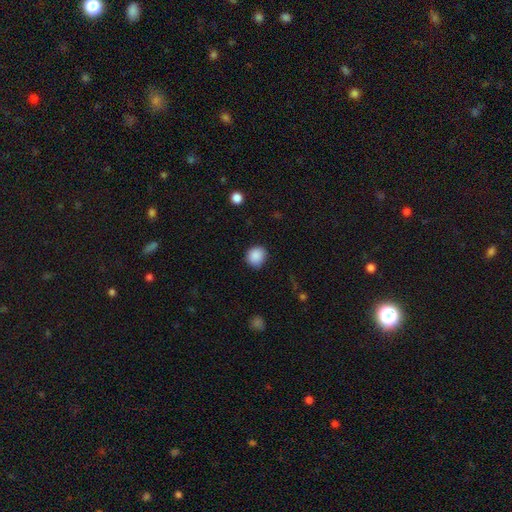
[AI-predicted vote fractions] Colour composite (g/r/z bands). It shows a smooth galaxy with no disk features (89%) that is round (77%). Merging: none (86%).